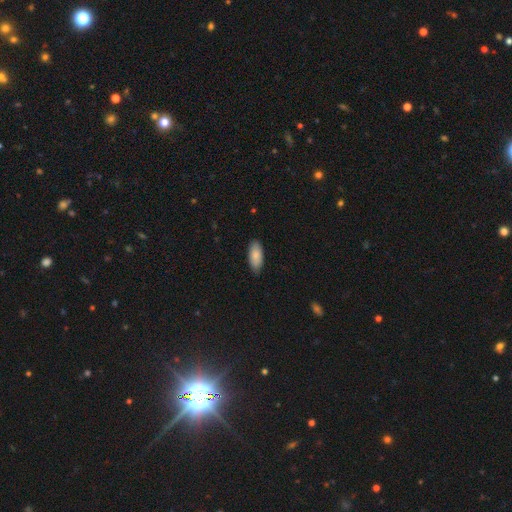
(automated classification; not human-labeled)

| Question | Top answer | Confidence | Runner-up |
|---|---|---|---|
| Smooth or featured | smooth | 84% | featured or disk (10%) |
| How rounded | in between | 90% | cigar-shaped (8%) |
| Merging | none | 83% | minor disturbance (14%) |